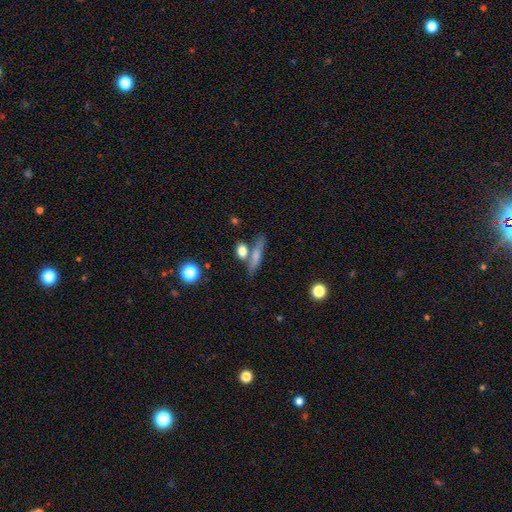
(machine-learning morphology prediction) A smooth galaxy with no disk features (68%) that is cigar-shaped (70%).

Vote fractions:
- Smooth or featured? smooth: 68% / featured or disk: 23% / star or artifact: 8%
- How rounded? cigar-shaped: 70% / in between: 22% / round: 9%
- Merging? none: 64% / merger: 19% / minor disturbance: 12% / major disturbance: 5%